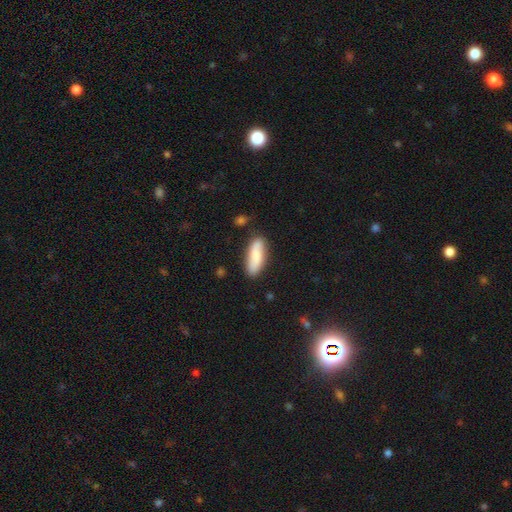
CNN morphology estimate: Smooth or featured? smooth (76%)
How rounded? in between (64%)
Merging? none (80%)